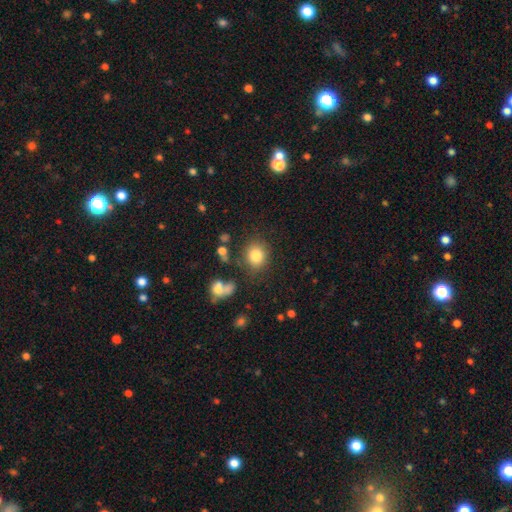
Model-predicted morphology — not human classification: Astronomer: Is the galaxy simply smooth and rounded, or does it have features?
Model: smooth — 81%.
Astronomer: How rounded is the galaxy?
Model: round — 71%.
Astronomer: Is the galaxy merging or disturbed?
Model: none — 78%.